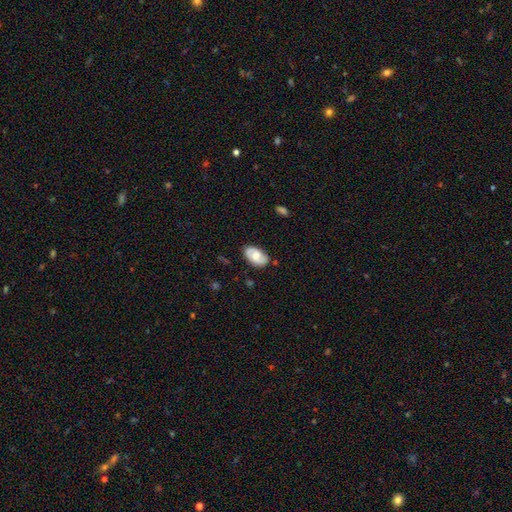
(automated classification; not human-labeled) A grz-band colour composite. It shows a smooth galaxy with no disk features (47%, tied with featured or disk). Merging: none (79%).